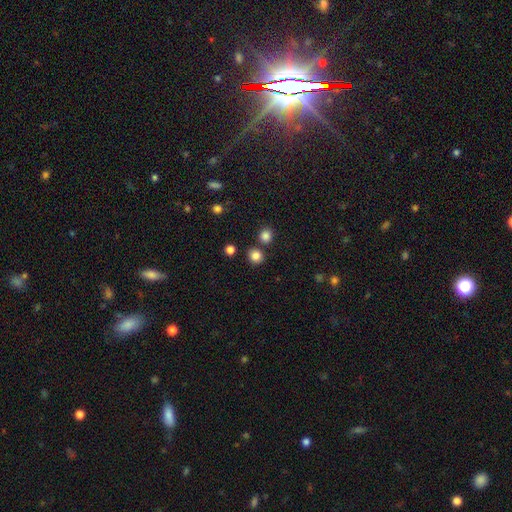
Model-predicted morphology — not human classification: type=smooth (83%); roundness=round (87%); merging=none (79%).